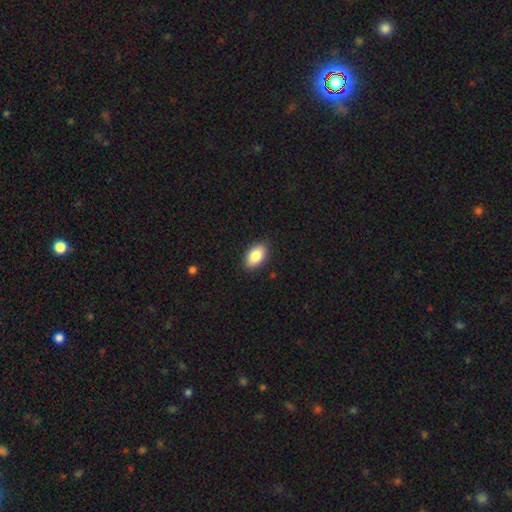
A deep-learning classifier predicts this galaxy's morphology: smooth-or-featured: smooth: 86% | featured or disk: 7% | star or artifact: 7%
  how-rounded: in between: 93% | round: 6% | cigar-shaped: 1%
  merging: none: 89% | minor disturbance: 8% | major disturbance: 2% | merger: 1%